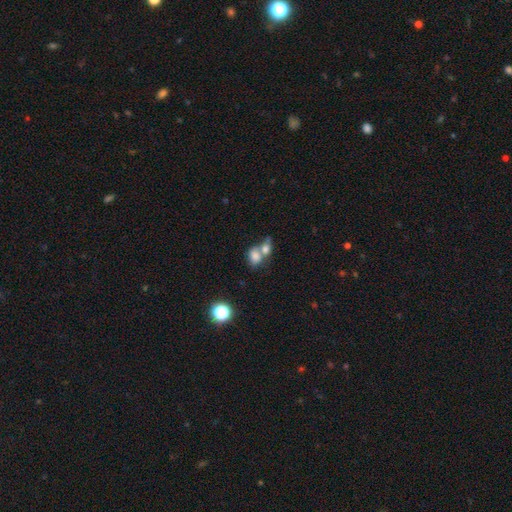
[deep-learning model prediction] Morphology: type=smooth (75%); roundness=in between (63%); merging=merger (63%).